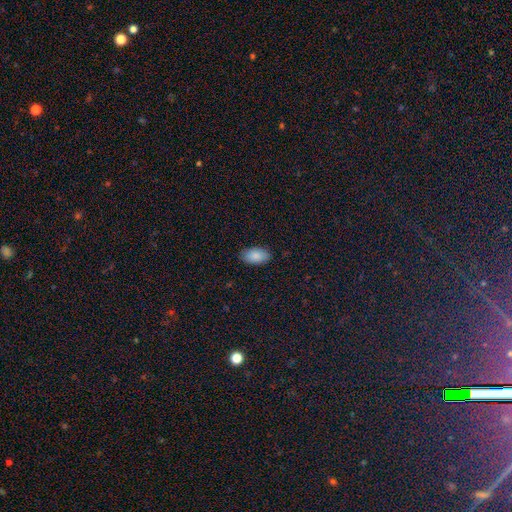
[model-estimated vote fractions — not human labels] Smooth or featured?
  - smooth: 89% *
  - star or artifact: 7%
  - featured or disk: 4%
How rounded?
  - in between: 95% *
  - round: 3%
  - cigar-shaped: 2%
Merging?
  - none: 87% *
  - minor disturbance: 10%
  - major disturbance: 2%
  - merger: 1%